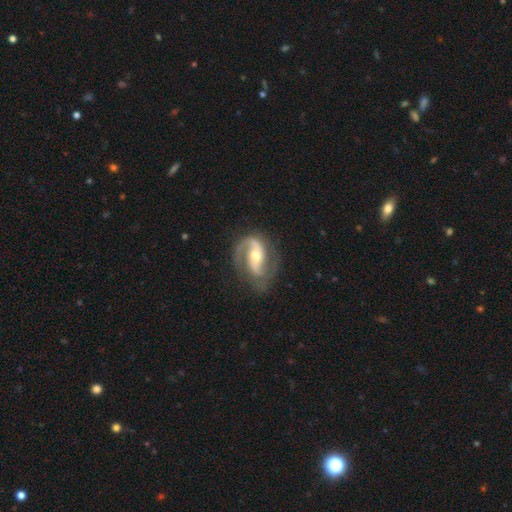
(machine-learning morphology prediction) featured or disk 90%, smooth 6%, star or artifact 4%. Down the decision tree: edge-on disk — no (97%); bar — weak (39%); spiral arms — yes (97%); spiral arm count — 2 (86%); spiral winding — medium (52%); bulge size — moderate (67%); merging — none (72%).